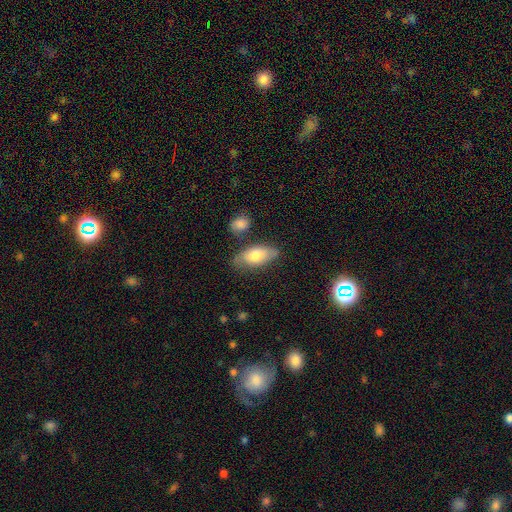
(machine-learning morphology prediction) A smooth galaxy with no disk features (72%) that is in between round and cigar-shaped (88%). Merging: none (70%).